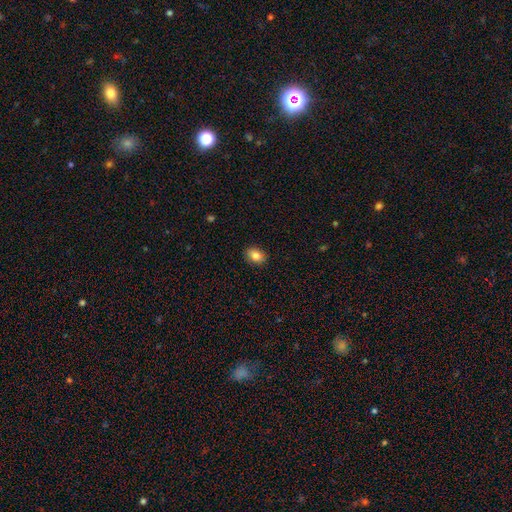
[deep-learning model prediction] smooth-or-featured: smooth: 85% | star or artifact: 8% | featured or disk: 7%
  how-rounded: in between: 73% | round: 25% | cigar-shaped: 1%
  merging: none: 88% | minor disturbance: 9% | major disturbance: 2% | merger: 1%